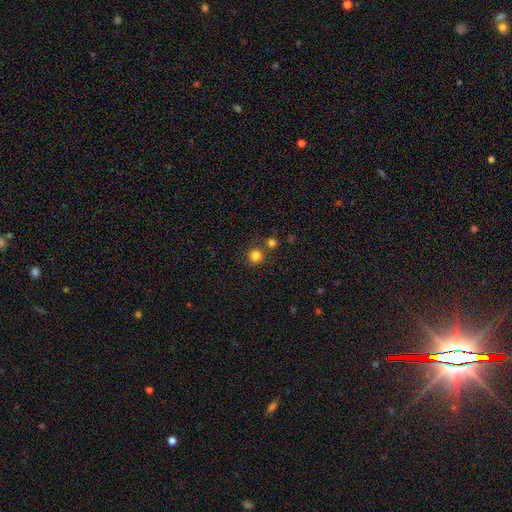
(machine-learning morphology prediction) A smooth galaxy with no disk features (82%) that is round (94%).

Vote fractions:
- Smooth or featured? smooth: 82% / star or artifact: 14% / featured or disk: 5%
- How rounded? round: 94% / in between: 5% / cigar-shaped: 1%
- Merging? none: 77% / merger: 14% / minor disturbance: 7% / major disturbance: 3%